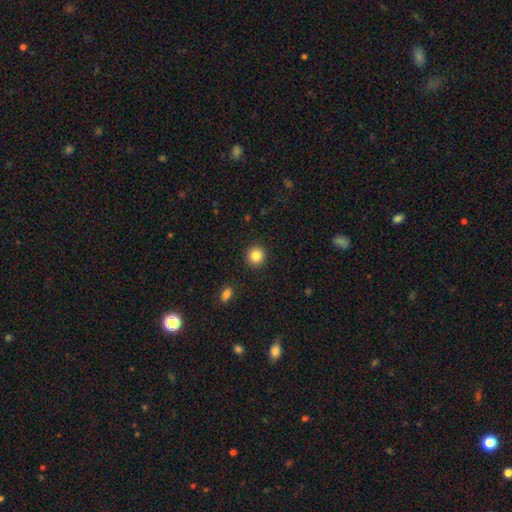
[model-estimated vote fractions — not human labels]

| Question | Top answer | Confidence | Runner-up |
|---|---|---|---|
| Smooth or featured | smooth | 85% | star or artifact (10%) |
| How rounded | round | 93% | in between (6%) |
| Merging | none | 92% | minor disturbance (5%) |